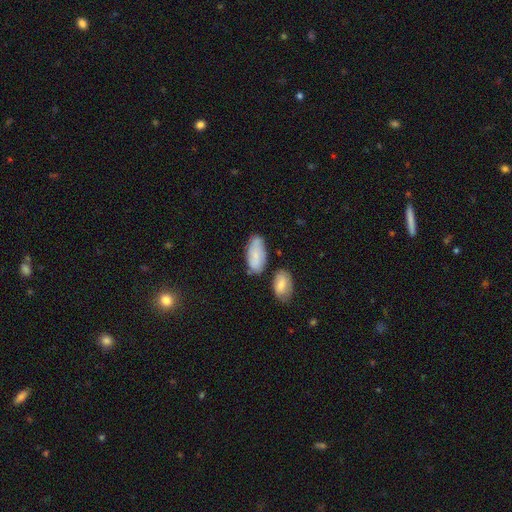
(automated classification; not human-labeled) Morphology: type=smooth (75%); roundness=in between (91%); merging=none (62%).